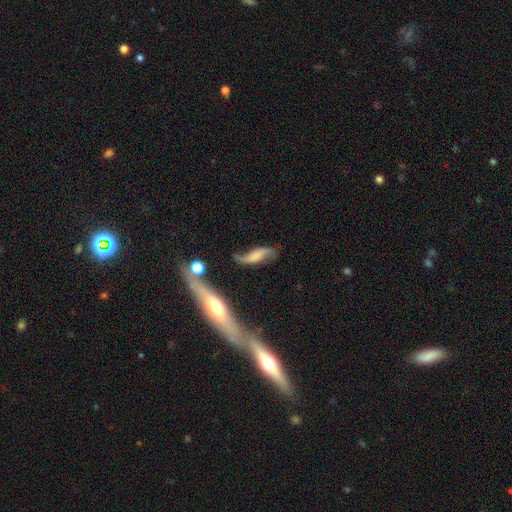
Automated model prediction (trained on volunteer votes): This is likely a featured or disk galaxy (67%). It is clearly not viewed edge-on (85%). Bar: possibly no (51%). Spiral arm pattern: clearly yes (91%). Spiral arm count: clearly 2 (91%). Spiral winding: clearly loose (86%). Central bulge: possibly none (55%). Merging: possibly none (57%).